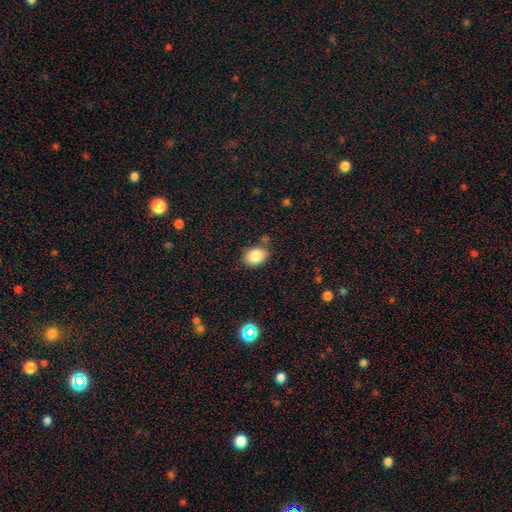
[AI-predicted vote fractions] Smooth or featured?
  - smooth: 84% *
  - star or artifact: 9%
  - featured or disk: 7%
How rounded?
  - in between: 71% *
  - round: 28%
  - cigar-shaped: 1%
Merging?
  - none: 77% *
  - minor disturbance: 15%
  - merger: 4%
  - major disturbance: 3%